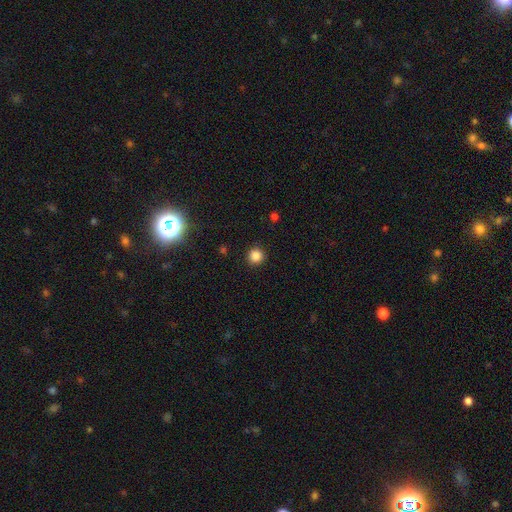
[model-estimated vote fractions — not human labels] This appears to be a smooth galaxy with no disk features (85%) that is round (94%). Merging: none (92%).